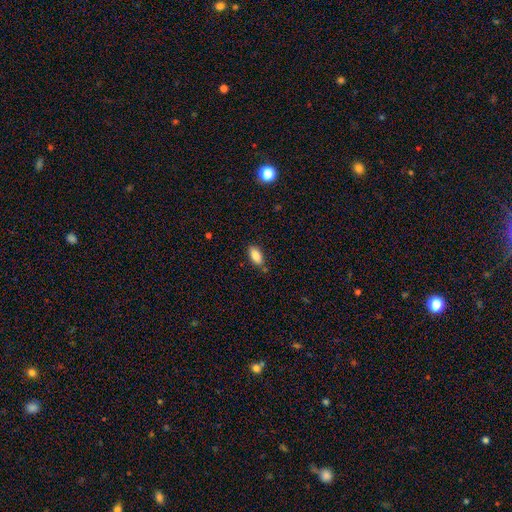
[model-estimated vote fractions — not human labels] Overall: smooth (85%). How rounded: in between (89%). Merging: none (76%).